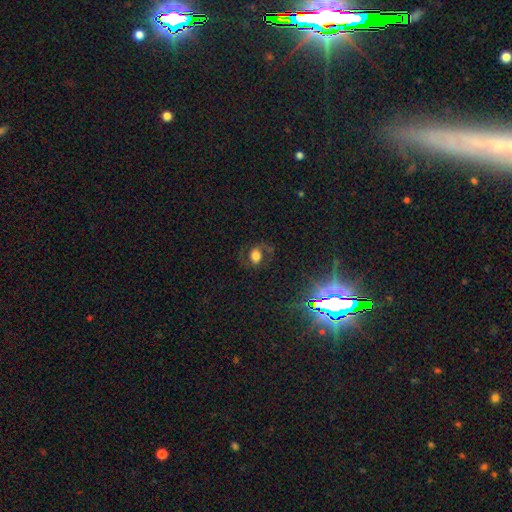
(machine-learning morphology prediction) featured or disk 44%, smooth 39%, star or artifact 16%. Down the decision tree: merging — none (66%).